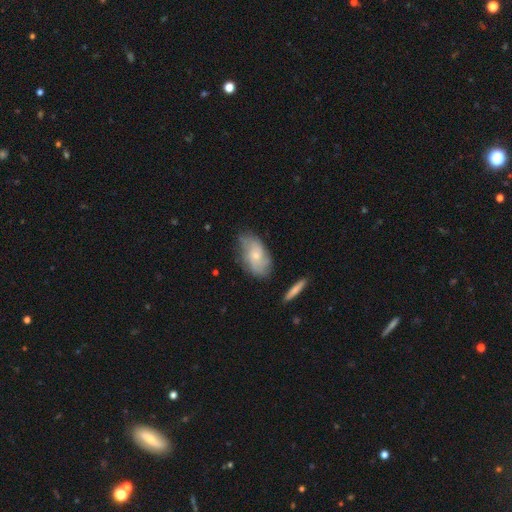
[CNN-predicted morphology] Smooth or featured? featured or disk (53%)
Edge-on disk? no (93%)
Merging? none (63%)